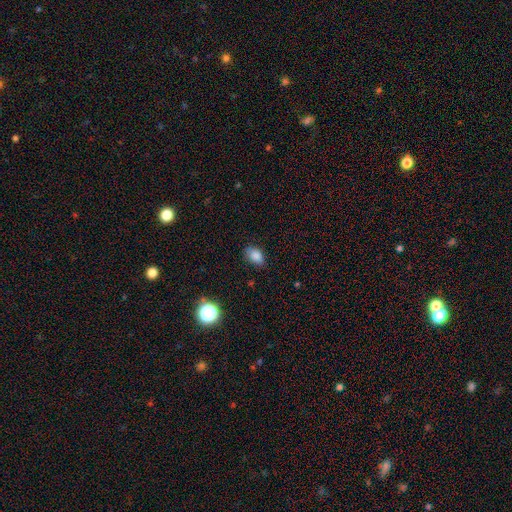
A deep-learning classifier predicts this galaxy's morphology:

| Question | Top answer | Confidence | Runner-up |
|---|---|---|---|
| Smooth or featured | smooth | 84% | star or artifact (11%) |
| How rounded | in between | 85% | round (13%) |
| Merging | none | 77% | minor disturbance (18%) |